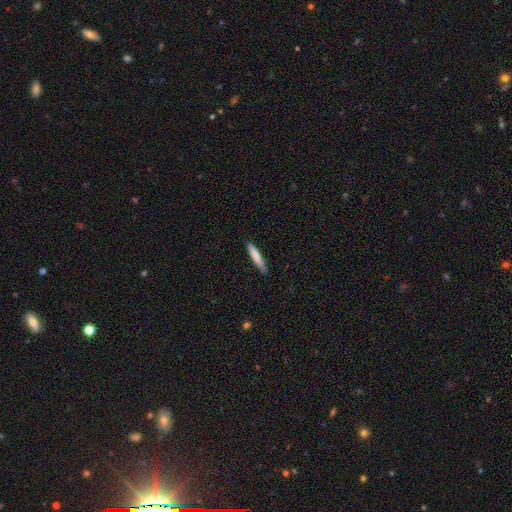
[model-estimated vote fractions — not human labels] The model was most divided on "smooth or featured": smooth: 76%, featured or disk: 18%, star or artifact: 5%. More confident: how rounded — cigar-shaped (94%); merging — none (89%).